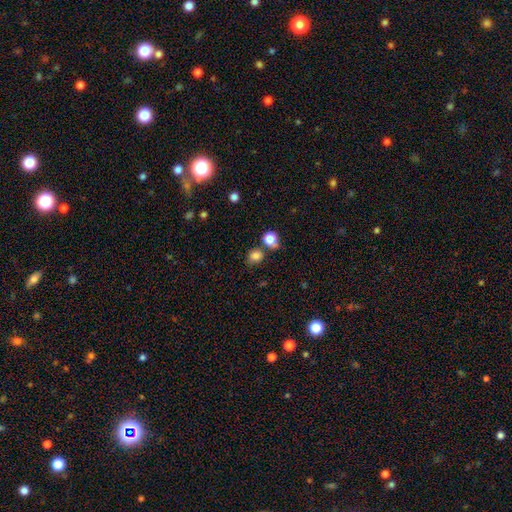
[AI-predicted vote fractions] Smooth or featured?
  - smooth: 80% *
  - star or artifact: 14%
  - featured or disk: 6%
How rounded?
  - round: 76% *
  - in between: 23%
  - cigar-shaped: 1%
Merging?
  - none: 66% *
  - merger: 14%
  - minor disturbance: 14%
  - major disturbance: 5%